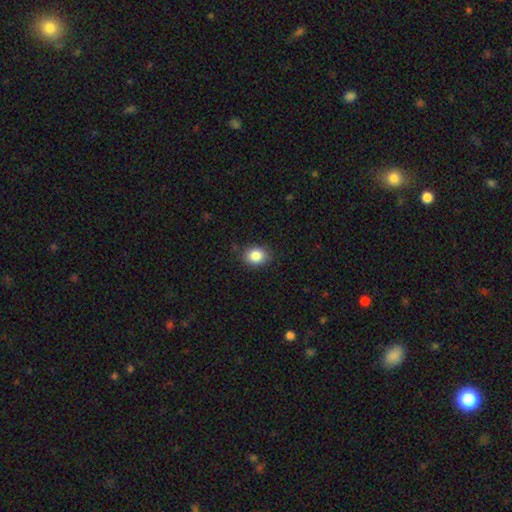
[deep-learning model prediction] Smooth or featured: smooth — 85% (star or artifact — 9%)
How rounded: round — 54% (in between — 45%)
Merging: none — 84% (minor disturbance — 12%)